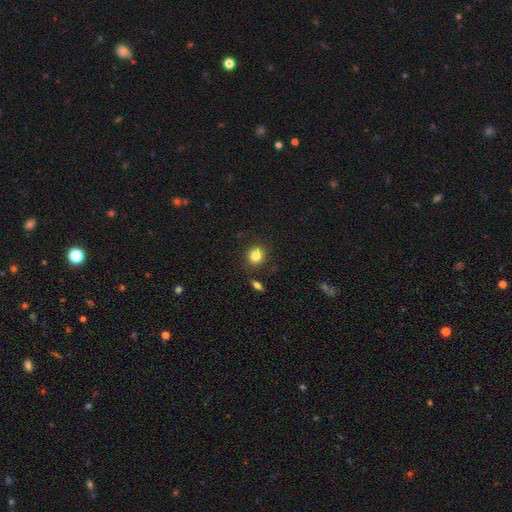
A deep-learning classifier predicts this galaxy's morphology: This appears to be a smooth galaxy with no disk features (83%) that is round (70%). Merging: none (83%).